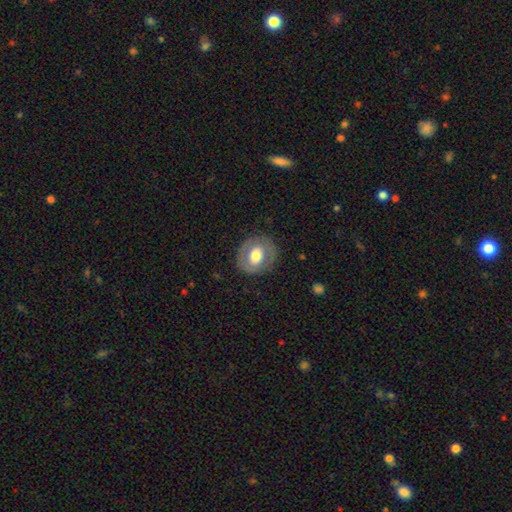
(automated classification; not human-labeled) A smooth galaxy with no disk features (56%) that is round (60%).

Vote fractions:
- Smooth or featured? smooth: 56% / featured or disk: 37% / star or artifact: 7%
- How rounded? round: 60% / in between: 38% / cigar-shaped: 1%
- Merging? none: 81% / minor disturbance: 12% / major disturbance: 6% / merger: 1%